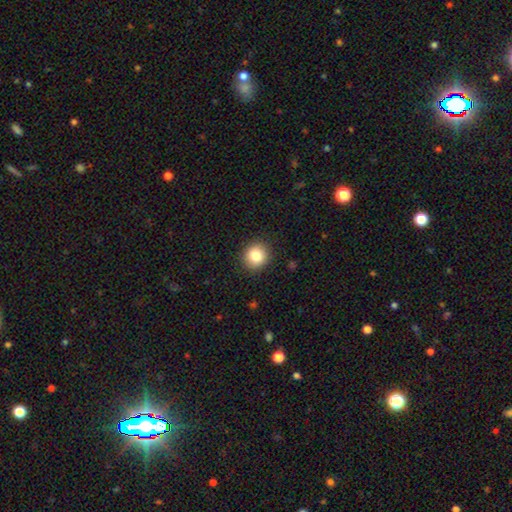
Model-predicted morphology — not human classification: type=smooth (84%); roundness=round (89%); merging=none (90%).